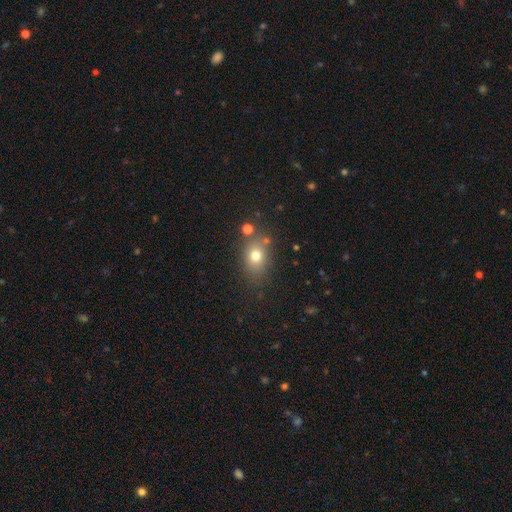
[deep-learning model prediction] Smooth or featured? Predicted: smooth (p=0.73). How rounded? Predicted: in between (p=0.59). Merging? Predicted: none (p=0.73).